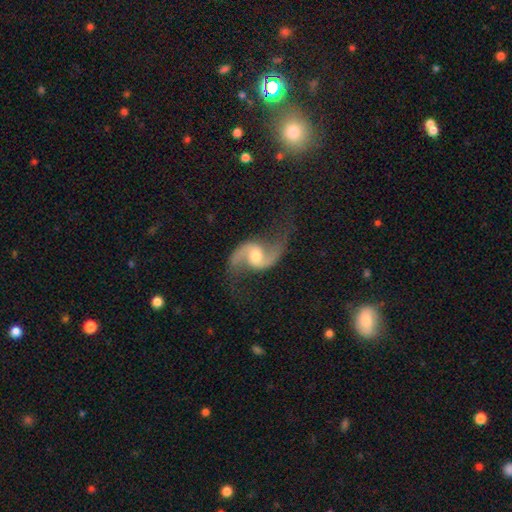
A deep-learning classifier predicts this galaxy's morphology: smooth-or-featured: featured or disk: 91% | smooth: 4% | star or artifact: 4%
  disk-edge-on: no: 98% | yes: 2%
    bar: no: 46% | weak: 41% | strong: 13%
    has-spiral-arms: yes: 98% | no: 2%
      spiral-winding: loose: 75% | medium: 21% | tight: 4%
      spiral-arm-count: 2: 95% | 1: 1% | can't tell: 1% | 3: 1% | 4: 1% | more than 4: 1%
    bulge-size: moderate: 66% | small: 19% | large: 11% | none: 2% | dominant: 1%
  merging: none: 74% | minor disturbance: 15% | major disturbance: 9% | merger: 2%